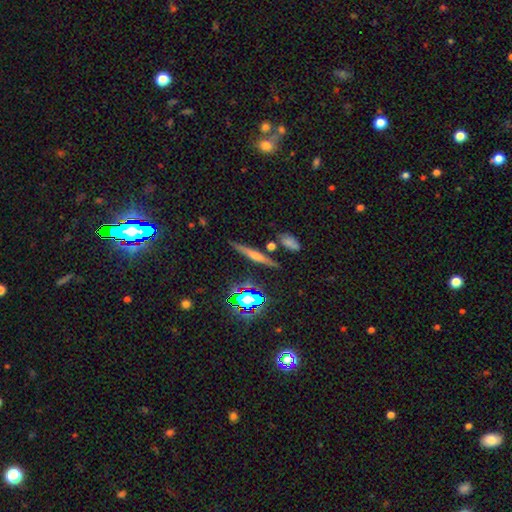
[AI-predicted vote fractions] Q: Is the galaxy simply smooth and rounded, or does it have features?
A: featured or disk — 52%.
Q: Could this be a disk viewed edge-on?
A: yes — 94%.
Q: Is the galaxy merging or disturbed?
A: none — 83%.